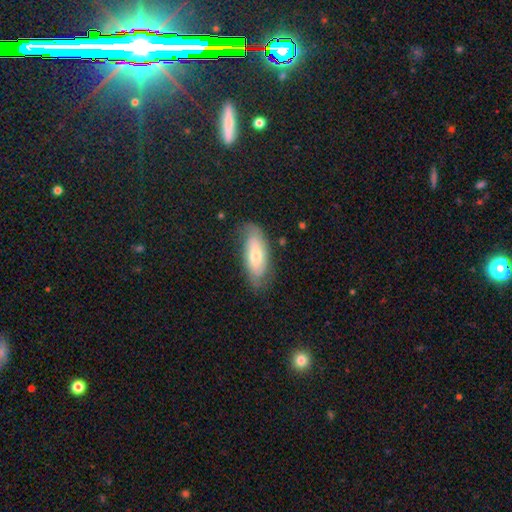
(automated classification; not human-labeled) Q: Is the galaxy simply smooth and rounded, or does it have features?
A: smooth — 51%.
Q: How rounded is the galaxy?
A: in between — 77%.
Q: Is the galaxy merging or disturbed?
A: none — 69%.